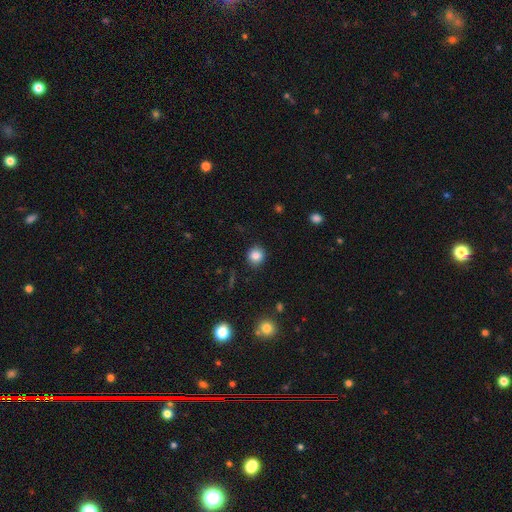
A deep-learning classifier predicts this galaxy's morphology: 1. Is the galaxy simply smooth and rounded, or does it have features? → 84% smooth, 11% star or artifact, 5% featured or disk.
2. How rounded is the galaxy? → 86% round, 13% in between, 1% cigar-shaped.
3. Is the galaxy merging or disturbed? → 90% none, 7% minor disturbance, 2% major disturbance, 1% merger.